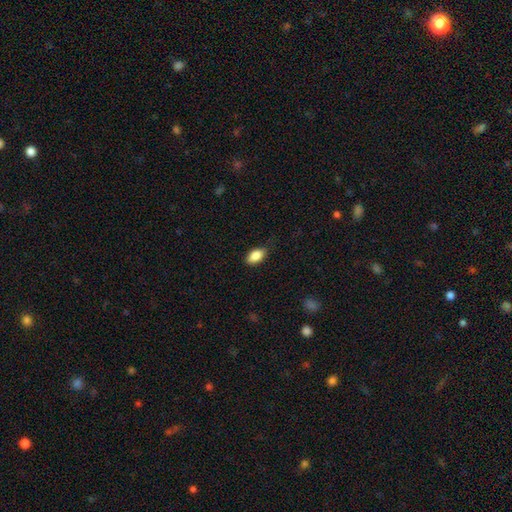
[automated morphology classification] This appears to be a smooth galaxy with no disk features (86%) that is in between round and cigar-shaped (91%). Merging: none (78%).